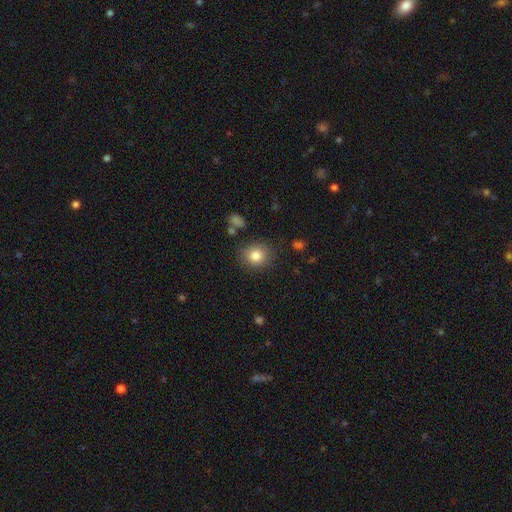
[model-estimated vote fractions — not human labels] Morphology: type=smooth (83%); roundness=round (82%); merging=none (84%).